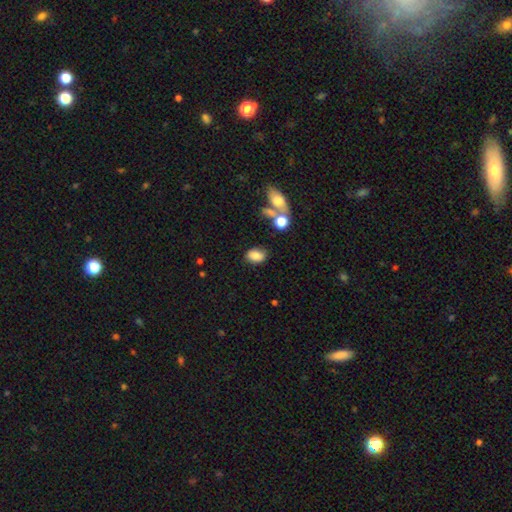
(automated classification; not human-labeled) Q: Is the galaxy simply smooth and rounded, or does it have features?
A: smooth — 82%.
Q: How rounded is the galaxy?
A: in between — 82%.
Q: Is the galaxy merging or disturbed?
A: none — 76%.